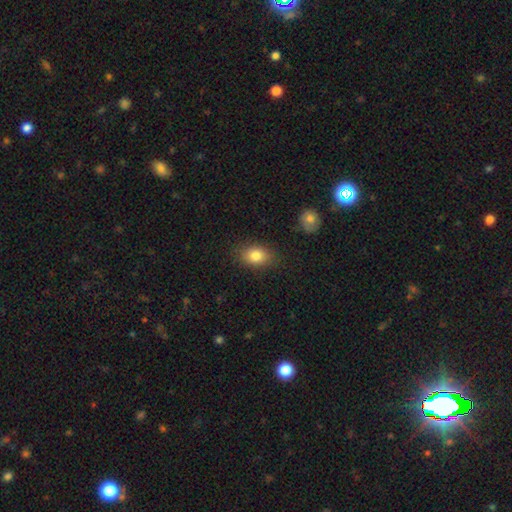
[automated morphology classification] A smooth galaxy with no disk features (83%) that is in between round and cigar-shaped (77%). Merging: none (82%).